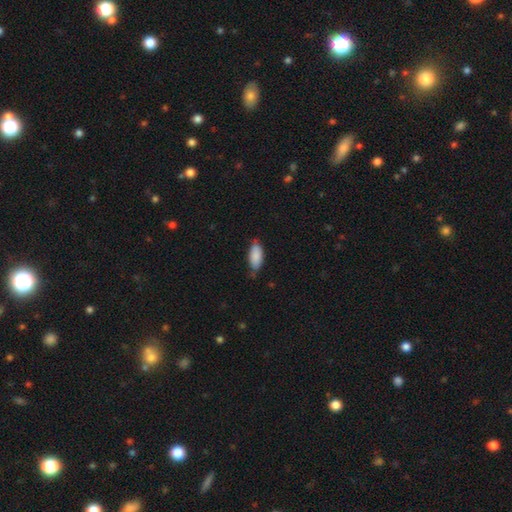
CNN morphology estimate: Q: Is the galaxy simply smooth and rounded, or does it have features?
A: smooth — 88%.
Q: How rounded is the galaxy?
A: in between — 87%.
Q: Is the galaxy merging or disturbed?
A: none — 67%.